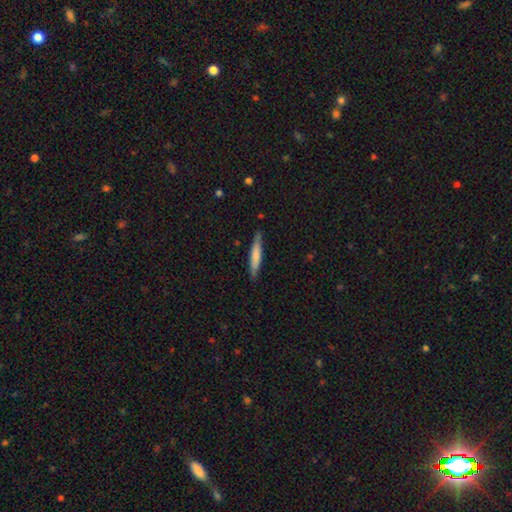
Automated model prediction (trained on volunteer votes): Morphology: type=smooth (69%); roundness=cigar-shaped (90%); merging=none (84%).